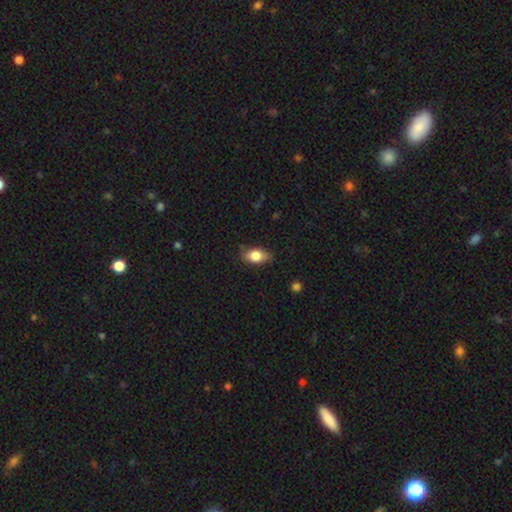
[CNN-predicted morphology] Smooth or featured: smooth — 77% (featured or disk — 15%)
How rounded: in between — 82% (round — 14%)
Merging: none — 75% (minor disturbance — 20%)